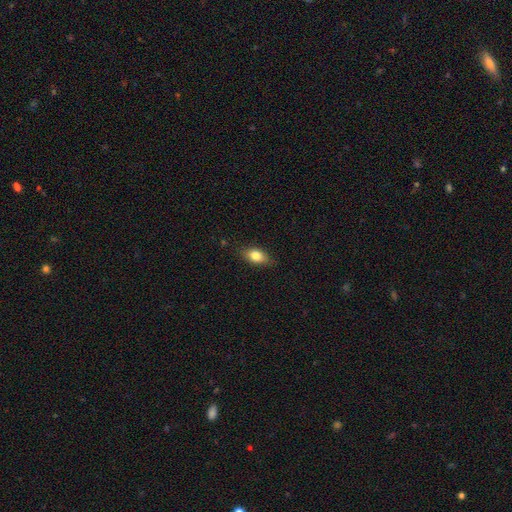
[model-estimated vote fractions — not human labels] smooth 78%, featured or disk 14%, star or artifact 8%. Down the decision tree: how rounded — in between (83%); merging — none (81%).